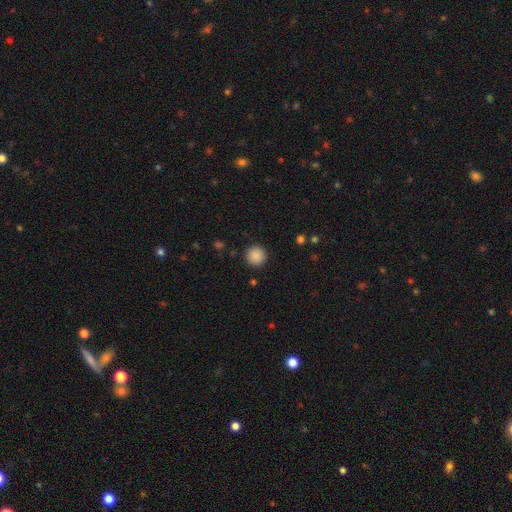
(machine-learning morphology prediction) Smooth or featured? smooth (88%)
How rounded? round (95%)
Merging? none (91%)